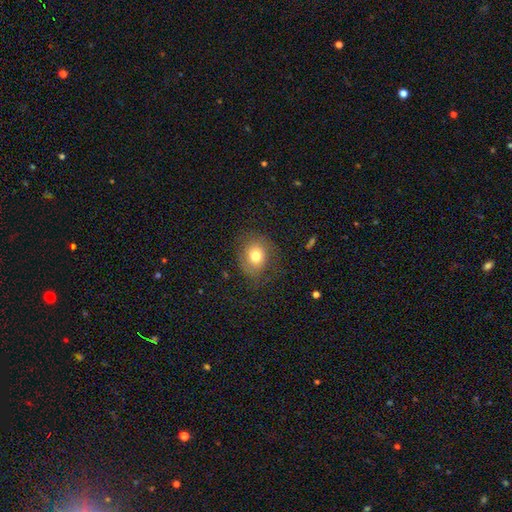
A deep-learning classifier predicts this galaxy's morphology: This appears to be a smooth galaxy with no disk features (74%) that is round (66%). Merging: none (70%).